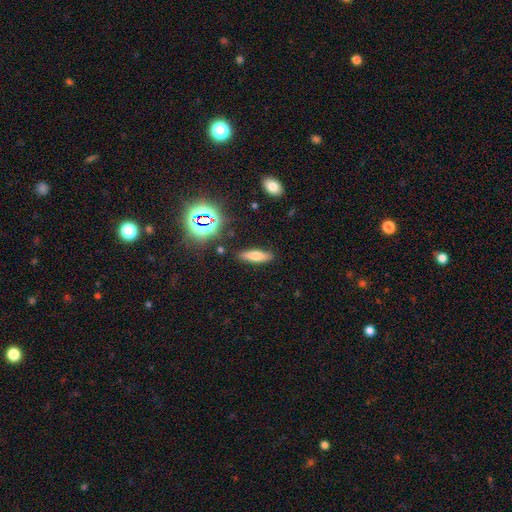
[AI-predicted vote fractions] Overall: smooth (64%). How rounded: cigar-shaped (55%; in between 42%). Merging: none (85%).